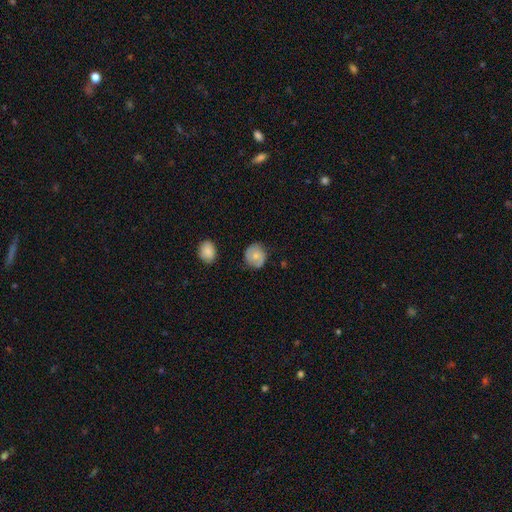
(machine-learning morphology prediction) type=smooth (64%); roundness=round (82%); merging=none (75%).